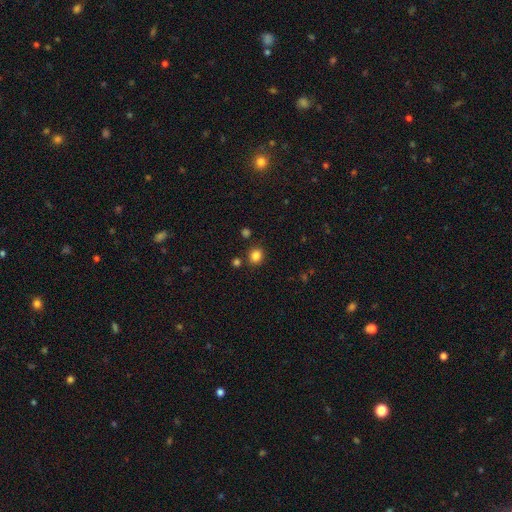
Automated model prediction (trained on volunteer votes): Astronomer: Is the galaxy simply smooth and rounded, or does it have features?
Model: smooth — 84%.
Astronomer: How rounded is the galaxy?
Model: round — 80%.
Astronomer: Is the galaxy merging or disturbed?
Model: none — 84%.